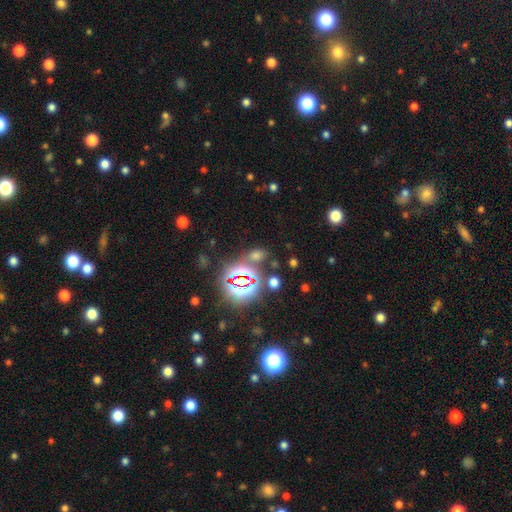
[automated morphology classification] type=star or artifact (48%).